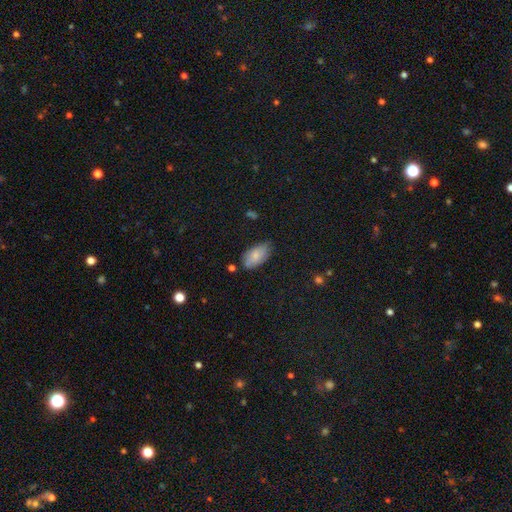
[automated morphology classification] The model was most divided on "merging": none: 62%, minor disturbance: 30%, major disturbance: 5%, merger: 3%. More confident: how rounded — in between (94%); smooth or featured — smooth (80%).